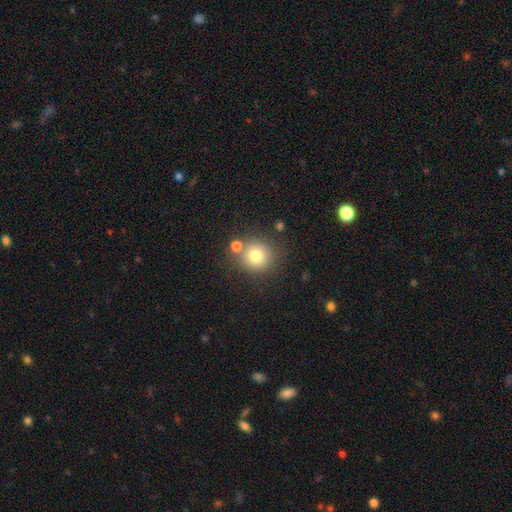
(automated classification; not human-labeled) Q: Smooth or featured?
A: smooth (78%); runner-up: star or artifact (12%)
Q: How rounded?
A: round (90%); runner-up: in between (9%)
Q: Merging?
A: none (71%); runner-up: merger (16%)